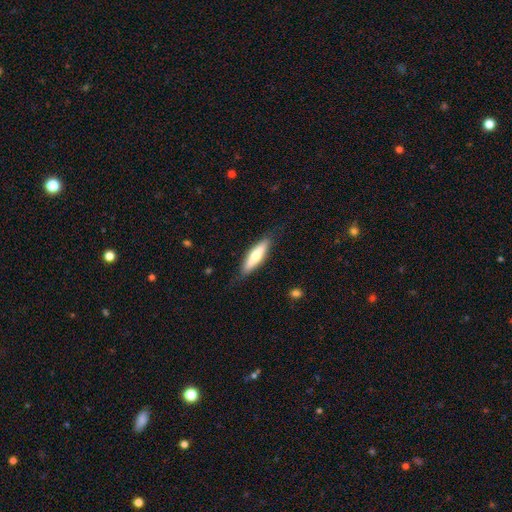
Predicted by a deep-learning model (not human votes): A smooth galaxy with no disk features (61%) that is cigar-shaped (67%). Merging: none (83%).